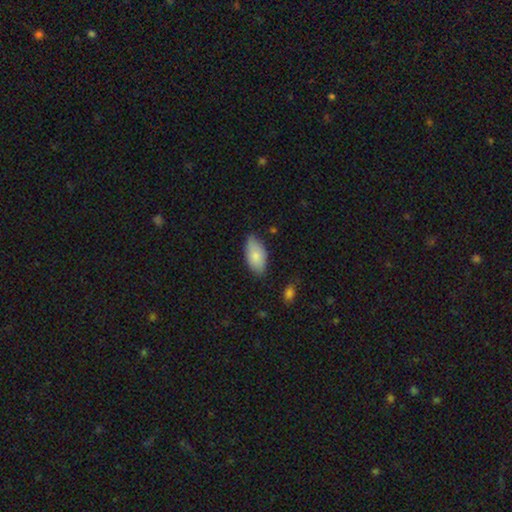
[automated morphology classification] Smooth or featured? smooth (83%)
How rounded? in between (94%)
Merging? none (74%)